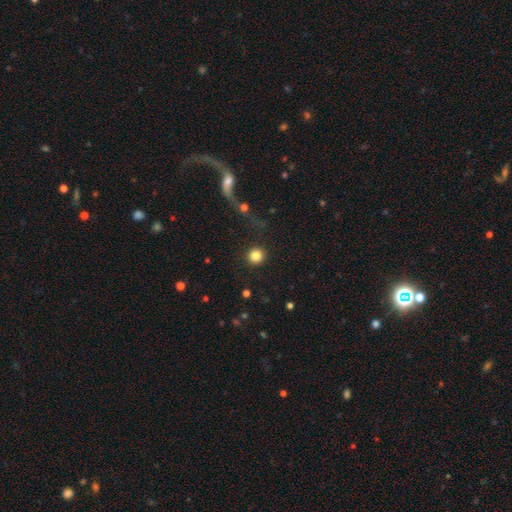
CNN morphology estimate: This appears to be a smooth galaxy with no disk features (84%) that is round (94%). Merging: none (91%).